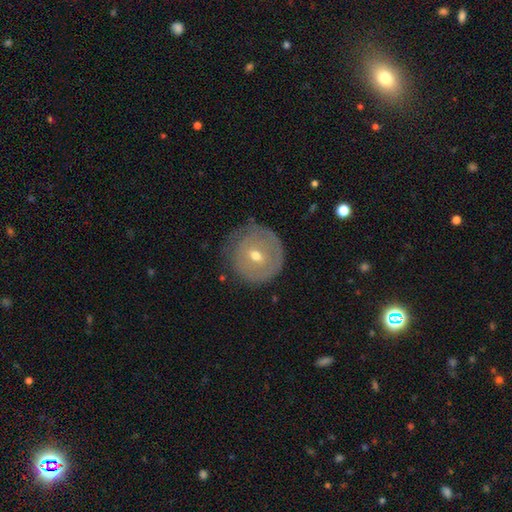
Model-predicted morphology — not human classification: A featured or disk galaxy (56%) with no bar (66%), no spiral arms (53%) and a moderate central bulge (49%). Merging: none (75%).